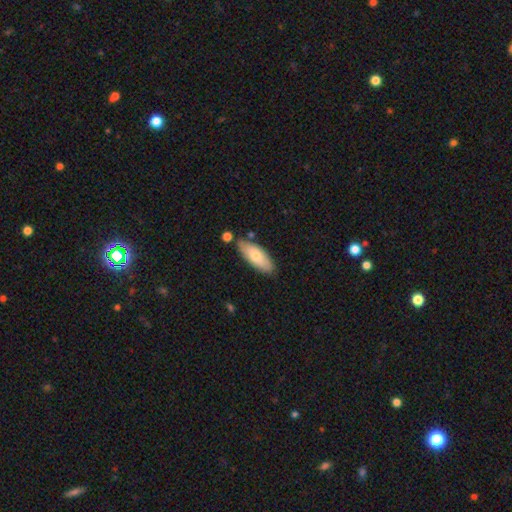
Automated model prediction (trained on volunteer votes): Smooth or featured?
  - smooth: 72% *
  - featured or disk: 22%
  - star or artifact: 6%
How rounded?
  - in between: 75% *
  - cigar-shaped: 23%
  - round: 2%
Merging?
  - none: 76% *
  - minor disturbance: 15%
  - merger: 6%
  - major disturbance: 3%